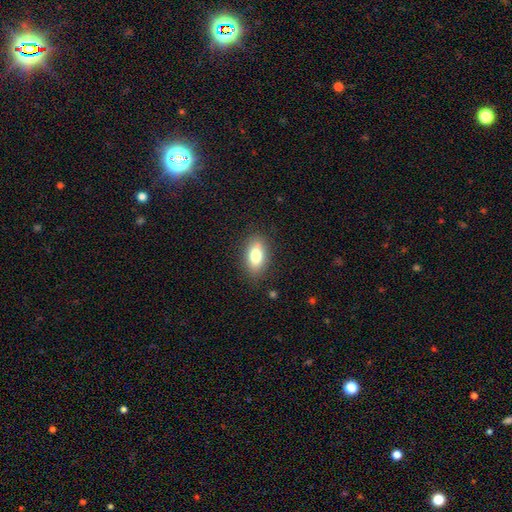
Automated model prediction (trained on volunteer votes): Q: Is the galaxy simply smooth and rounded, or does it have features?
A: smooth — 78%.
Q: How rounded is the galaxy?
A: in between — 87%.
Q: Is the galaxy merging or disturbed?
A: none — 85%.